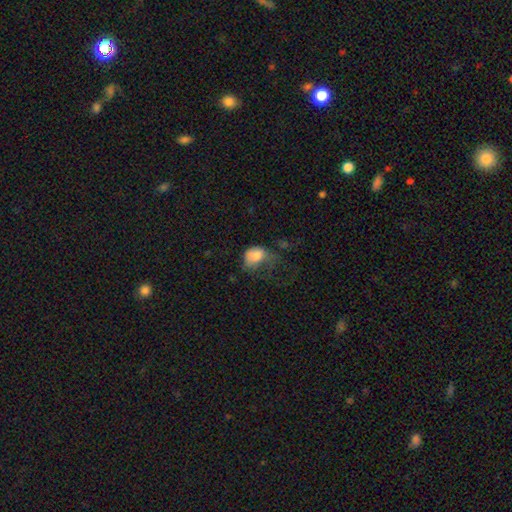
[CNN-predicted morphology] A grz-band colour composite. It shows a smooth galaxy with no disk features (72%) that is in between round and cigar-shaped (74%). Merging: major disturbance (54%).